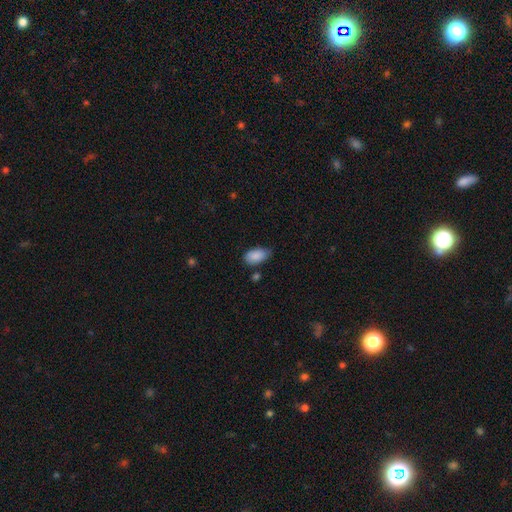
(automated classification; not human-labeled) Smooth or featured: smooth — 88% (star or artifact — 7%)
How rounded: in between — 94% (round — 4%)
Merging: none — 63% (minor disturbance — 29%)